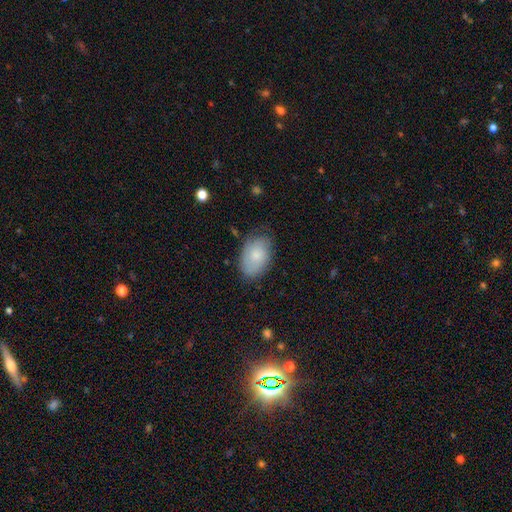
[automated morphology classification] type=smooth (75%); roundness=in between (90%); merging=none (71%).